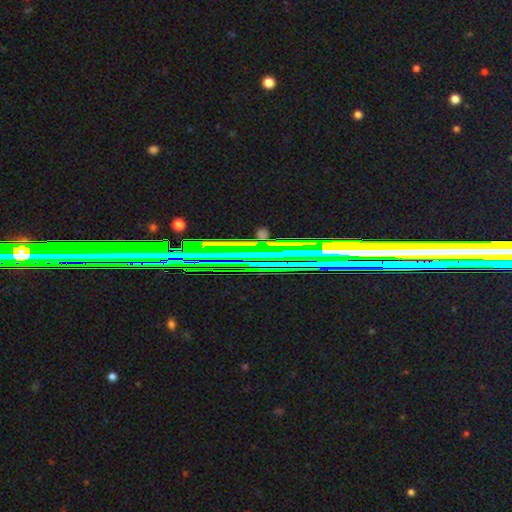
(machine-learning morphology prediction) Smooth or featured? Predicted: star or artifact (p=0.75).